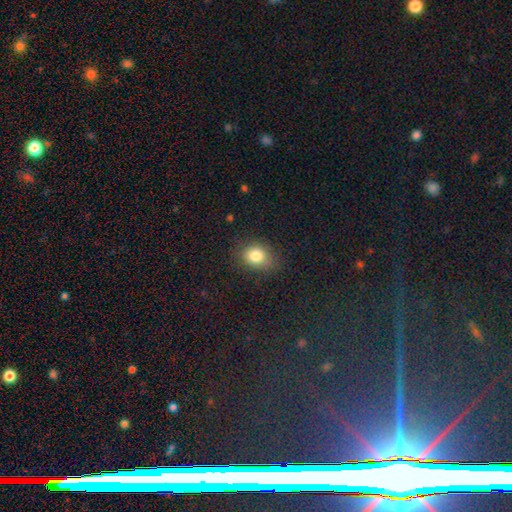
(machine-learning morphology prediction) Overall: smooth (82%). How rounded: round (50%; in between 49%). Merging: none (77%).